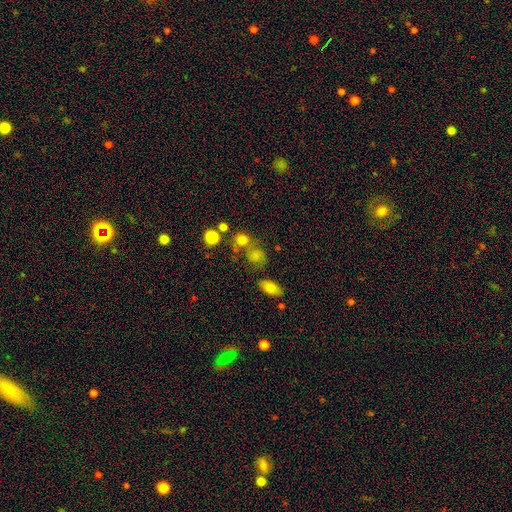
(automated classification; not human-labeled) smooth_or_featured: smooth (p=0.70) [alt: star or artifact p=0.15]
how_rounded: round (p=0.70) [alt: in between p=0.29]
merging: none (p=0.47) [alt: merger p=0.27]